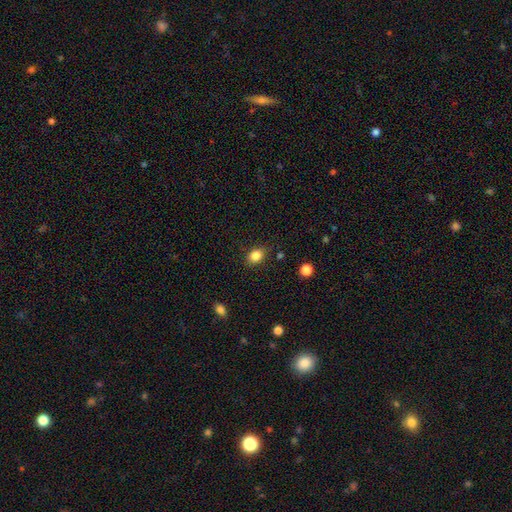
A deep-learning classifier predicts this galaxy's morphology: This appears to be a smooth galaxy with no disk features (85%) that is in between round and cigar-shaped (71%). Merging: none (82%).